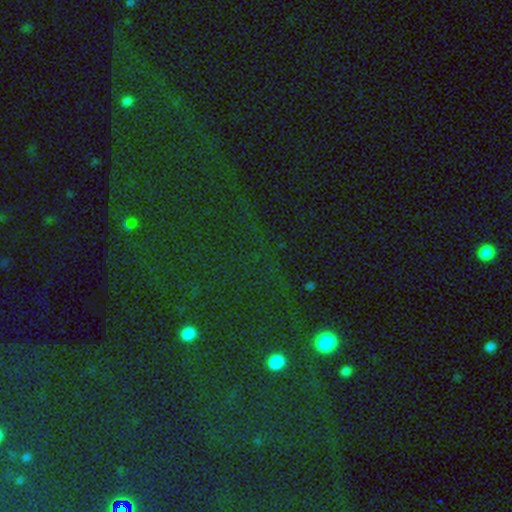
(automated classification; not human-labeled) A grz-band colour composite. It shows a star or artifact, not a galaxy (81%).